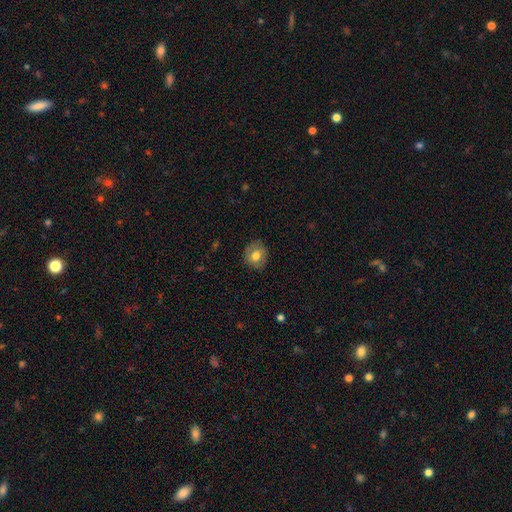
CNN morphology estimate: Smooth or featured? Predicted: smooth (p=0.74). How rounded? Predicted: round (p=0.83). Merging? Predicted: none (p=0.86).